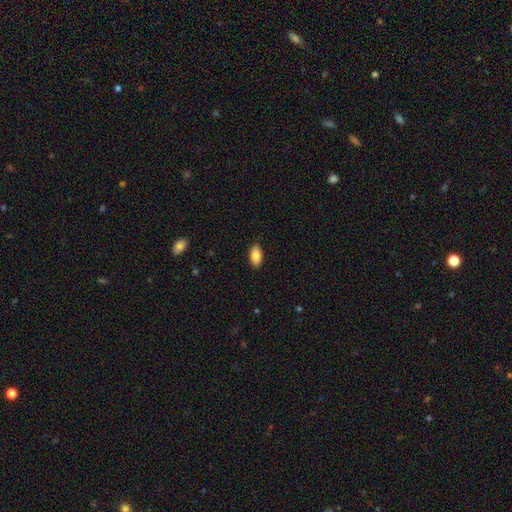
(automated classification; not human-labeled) The model was most divided on "merging": none: 85%, minor disturbance: 11%, major disturbance: 2%, merger: 1%. More confident: how rounded — in between (92%); smooth or featured — smooth (86%).